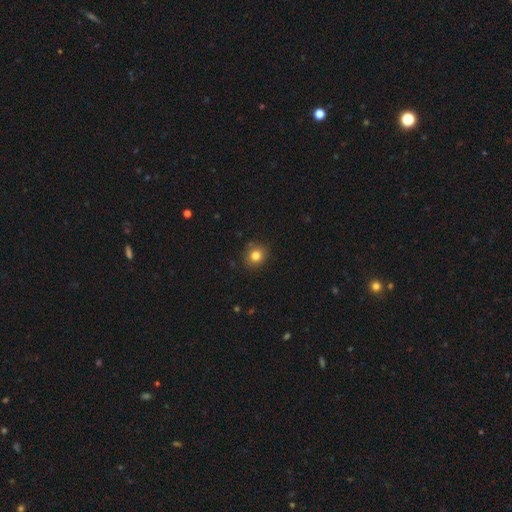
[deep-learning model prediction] Smooth or featured? Predicted: smooth (p=0.81). How rounded? Predicted: round (p=0.84). Merging? Predicted: none (p=0.88).